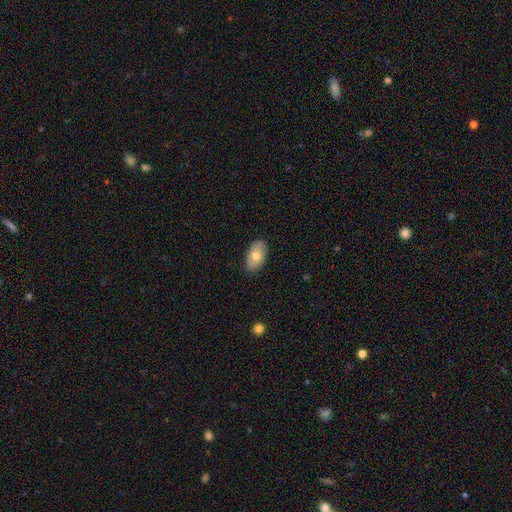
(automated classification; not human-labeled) smooth_or_featured: smooth (p=0.73) [alt: featured or disk p=0.21]
how_rounded: in between (p=0.94) [alt: round p=0.04]
merging: none (p=0.85) [alt: minor disturbance p=0.12]